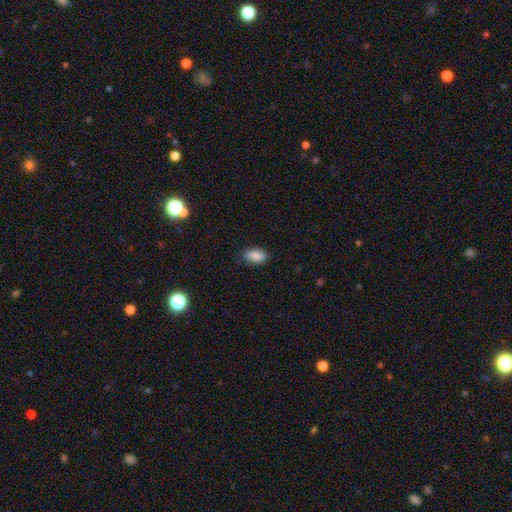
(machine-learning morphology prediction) This appears to be a smooth galaxy with no disk features (87%) that is in between round and cigar-shaped (91%). Merging: none (77%).